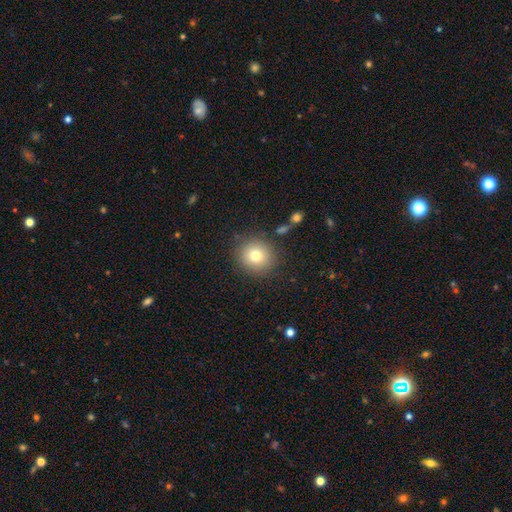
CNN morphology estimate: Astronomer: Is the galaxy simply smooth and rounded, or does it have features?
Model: smooth — 77%.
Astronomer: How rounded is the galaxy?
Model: round — 88%.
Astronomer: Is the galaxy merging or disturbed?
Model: none — 85%.